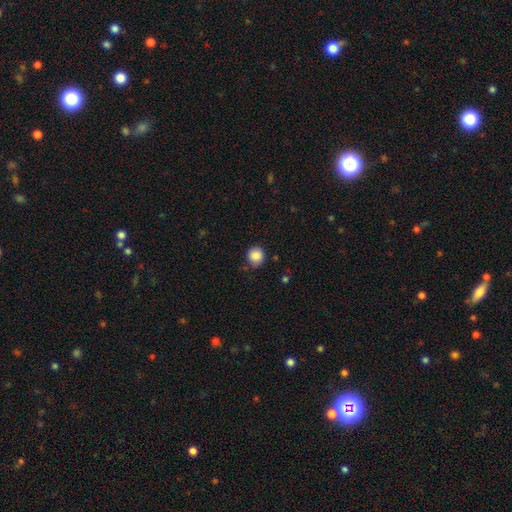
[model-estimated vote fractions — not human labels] smooth-or-featured: smooth: 87% | star or artifact: 9% | featured or disk: 4%
  how-rounded: round: 86% | in between: 13% | cigar-shaped: 1%
  merging: none: 76% | minor disturbance: 18% | major disturbance: 4% | merger: 2%